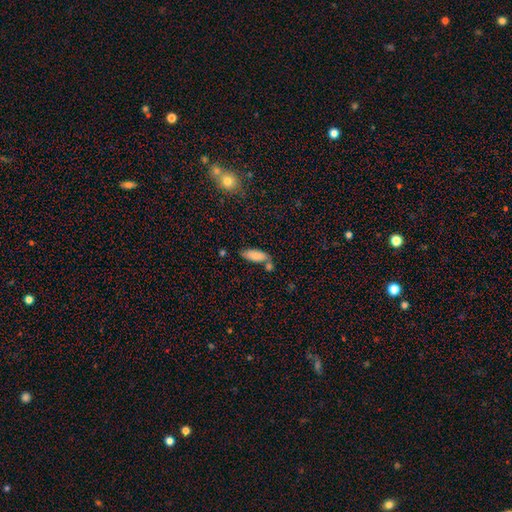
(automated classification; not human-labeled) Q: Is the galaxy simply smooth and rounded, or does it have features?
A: smooth — 81%.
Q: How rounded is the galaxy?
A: in between — 81%.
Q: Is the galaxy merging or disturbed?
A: none — 58%.